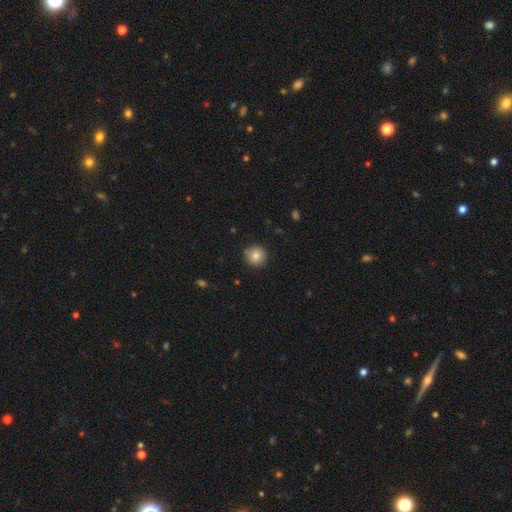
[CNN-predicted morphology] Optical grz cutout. It shows a smooth galaxy with no disk features (83%) that is round (94%). Merging: none (87%).